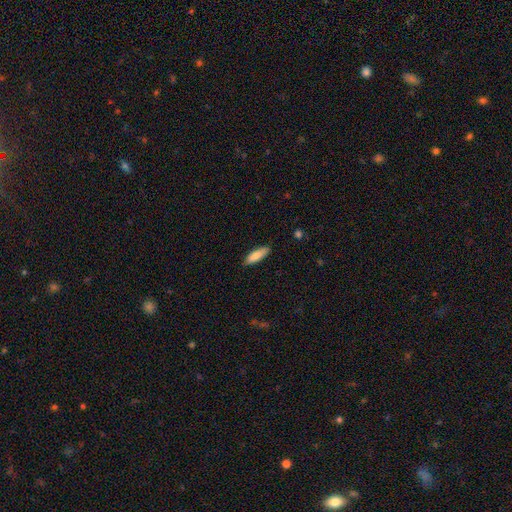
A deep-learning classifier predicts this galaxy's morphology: smooth-or-featured: smooth: 84% | featured or disk: 10% | star or artifact: 6%
  how-rounded: cigar-shaped: 51% | in between: 48% | round: 2%
  merging: none: 85% | minor disturbance: 12% | major disturbance: 2% | merger: 1%